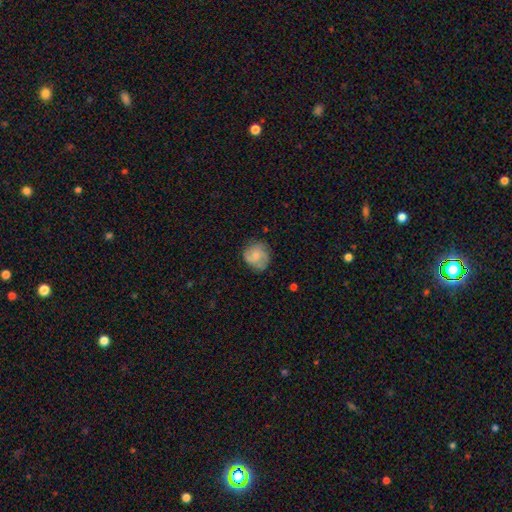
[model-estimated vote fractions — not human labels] A smooth galaxy with no disk features (55%) that is round (80%). Merging: none (68%).